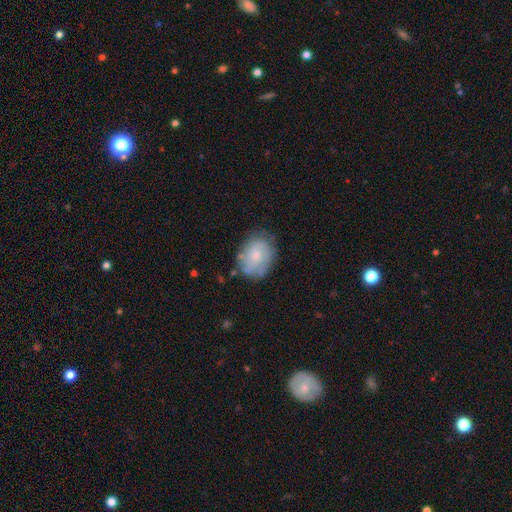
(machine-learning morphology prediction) A featured or disk galaxy (50%). Merging: none (67%).